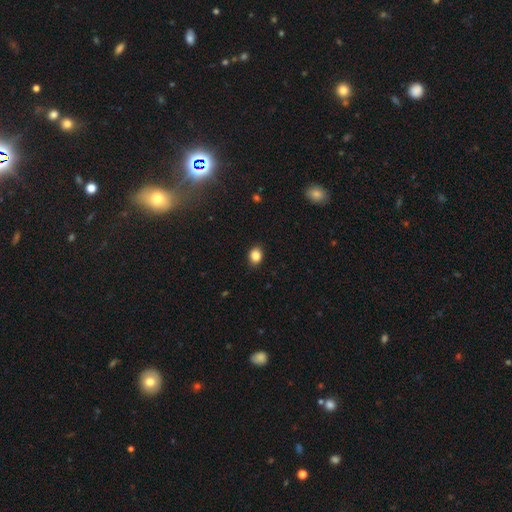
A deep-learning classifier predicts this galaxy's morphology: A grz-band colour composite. It shows a smooth galaxy with no disk features (86%) that is in between round and cigar-shaped (52%). Merging: none (86%).